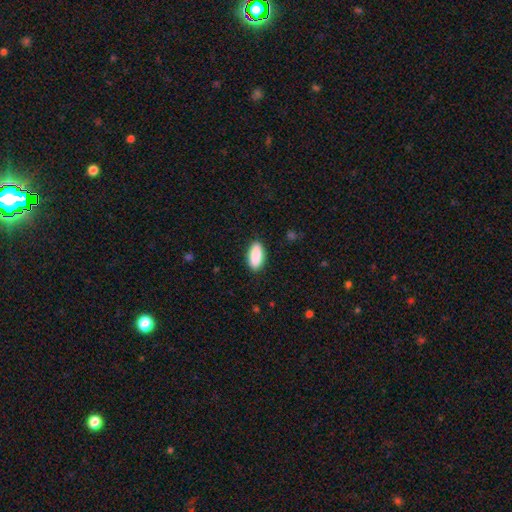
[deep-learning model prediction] Q: Smooth or featured?
A: smooth (89%); runner-up: star or artifact (6%)
Q: How rounded?
A: in between (86%); runner-up: cigar-shaped (12%)
Q: Merging?
A: none (88%); runner-up: minor disturbance (9%)